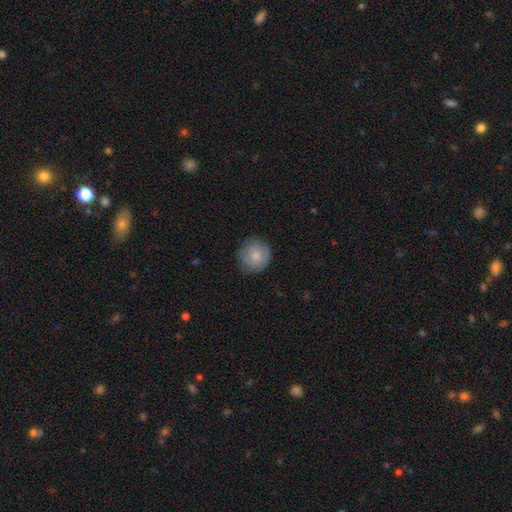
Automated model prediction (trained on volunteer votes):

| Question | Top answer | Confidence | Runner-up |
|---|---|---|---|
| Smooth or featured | smooth | 80% | featured or disk (13%) |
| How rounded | round | 91% | in between (8%) |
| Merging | none | 78% | minor disturbance (18%) |